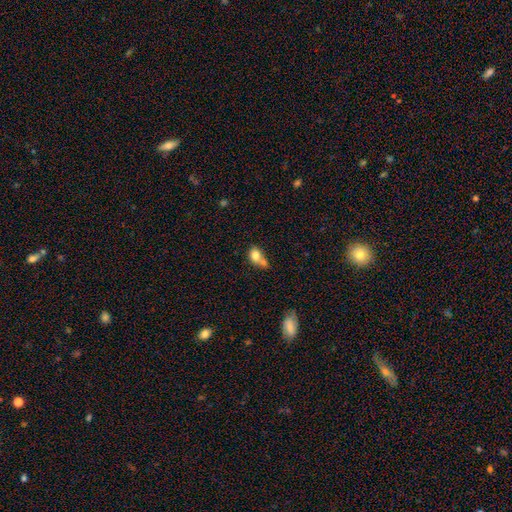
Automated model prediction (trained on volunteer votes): Smooth or featured?
  - smooth: 77% *
  - featured or disk: 14%
  - star or artifact: 9%
How rounded?
  - in between: 57% *
  - round: 41%
  - cigar-shaped: 2%
Merging?
  - merger: 53% *
  - none: 27%
  - minor disturbance: 13%
  - major disturbance: 7%